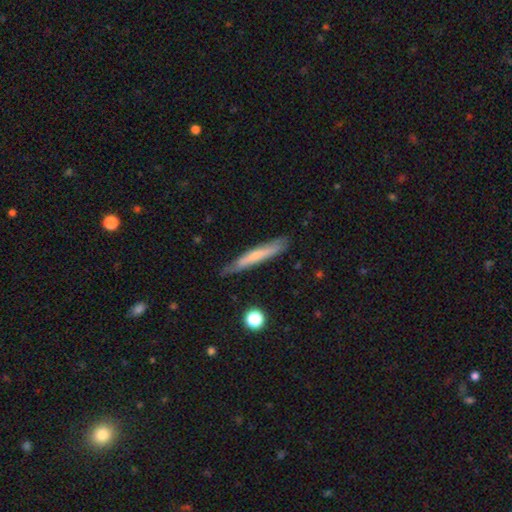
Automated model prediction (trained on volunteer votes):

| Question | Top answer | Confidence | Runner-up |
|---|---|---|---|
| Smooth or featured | smooth | 55% | featured or disk (39%) |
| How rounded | cigar-shaped | 94% | in between (5%) |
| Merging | none | 77% | minor disturbance (18%) |